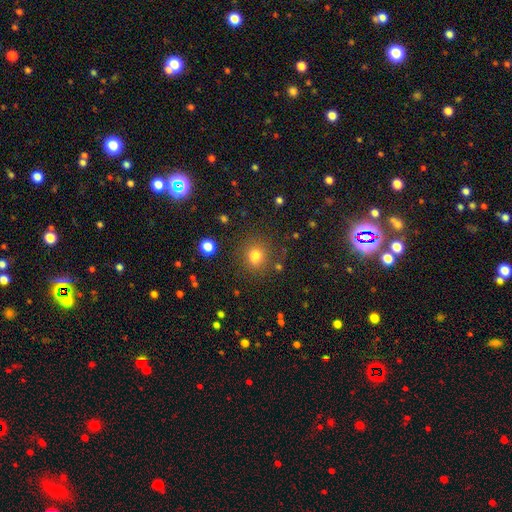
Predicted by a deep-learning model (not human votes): Morphology: type=smooth (78%); roundness=round (81%); merging=none (81%).